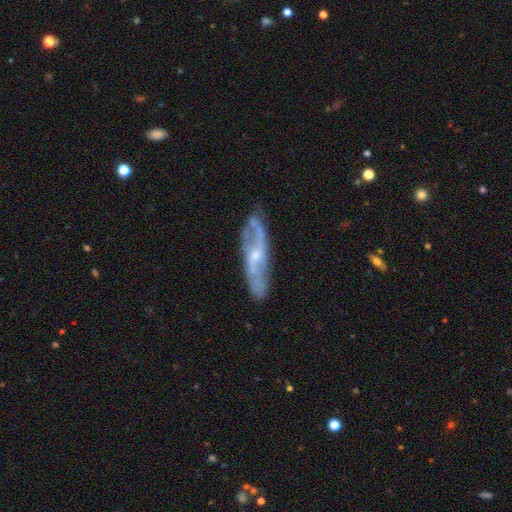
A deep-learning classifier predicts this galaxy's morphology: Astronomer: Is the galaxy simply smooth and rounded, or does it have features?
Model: featured or disk — 80%.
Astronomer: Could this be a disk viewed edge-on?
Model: no — 74%.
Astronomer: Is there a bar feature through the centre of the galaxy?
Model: no — 50% (runner-up: weak, 38%).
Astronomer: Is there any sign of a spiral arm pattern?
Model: yes — 90%.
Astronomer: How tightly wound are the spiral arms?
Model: loose — 49% (runner-up: medium, 35%).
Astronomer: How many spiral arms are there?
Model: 2 — 76%.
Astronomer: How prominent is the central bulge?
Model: small — 61%.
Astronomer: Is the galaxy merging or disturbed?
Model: none — 74%.